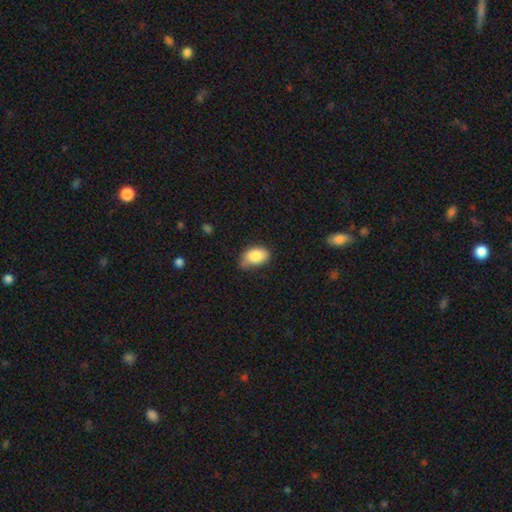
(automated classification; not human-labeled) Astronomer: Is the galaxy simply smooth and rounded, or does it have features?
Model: smooth — 86%.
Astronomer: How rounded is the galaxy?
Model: in between — 89%.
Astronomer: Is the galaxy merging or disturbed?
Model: none — 56% (runner-up: minor disturbance, 35%).